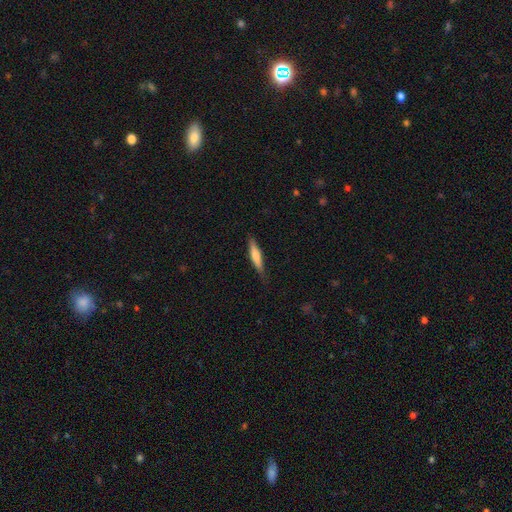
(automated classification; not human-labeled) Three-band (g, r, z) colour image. It shows a smooth galaxy with no disk features (65%) that is cigar-shaped (87%). Merging: none (80%).